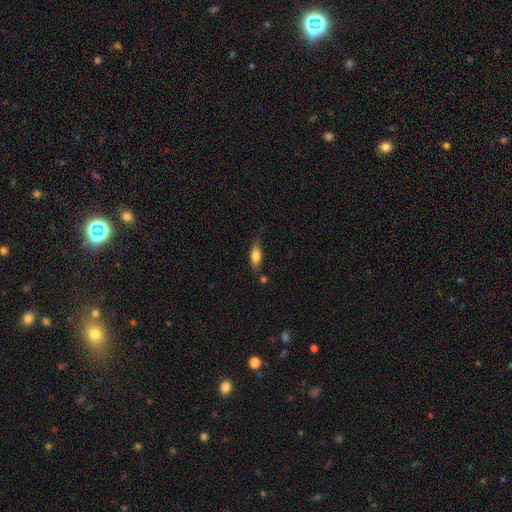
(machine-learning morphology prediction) Smooth or featured? Predicted: smooth (p=0.74). How rounded? Predicted: in between (p=0.66). Merging? Predicted: none (p=0.70).